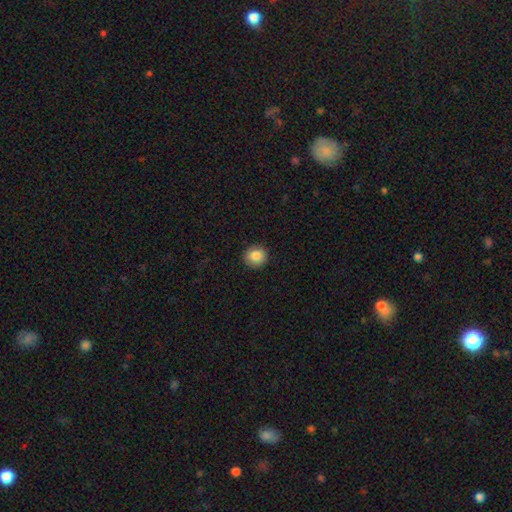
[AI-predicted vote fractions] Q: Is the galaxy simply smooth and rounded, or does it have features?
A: smooth — 86%.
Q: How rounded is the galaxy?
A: round — 89%.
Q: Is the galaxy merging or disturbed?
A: none — 91%.